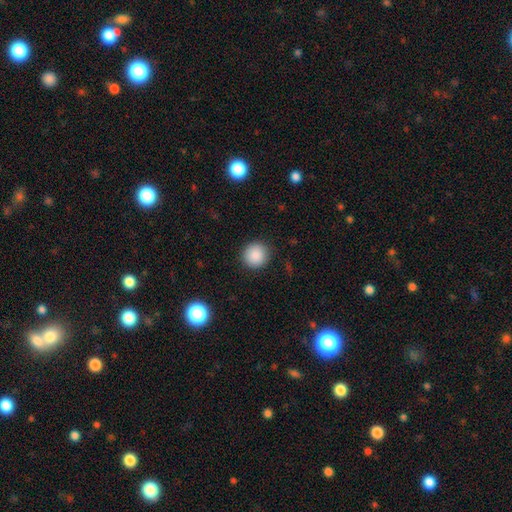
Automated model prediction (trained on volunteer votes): Q: Smooth or featured?
A: smooth (88%); runner-up: star or artifact (9%)
Q: How rounded?
A: round (93%); runner-up: in between (6%)
Q: Merging?
A: none (90%); runner-up: minor disturbance (6%)